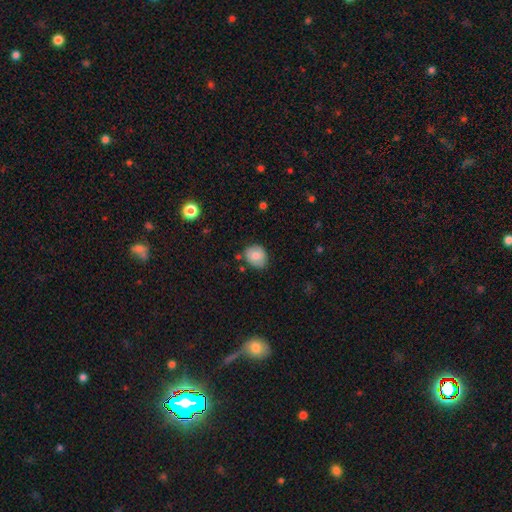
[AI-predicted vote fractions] Smooth or featured? smooth (76%)
How rounded? round (63%)
Merging? none (70%)